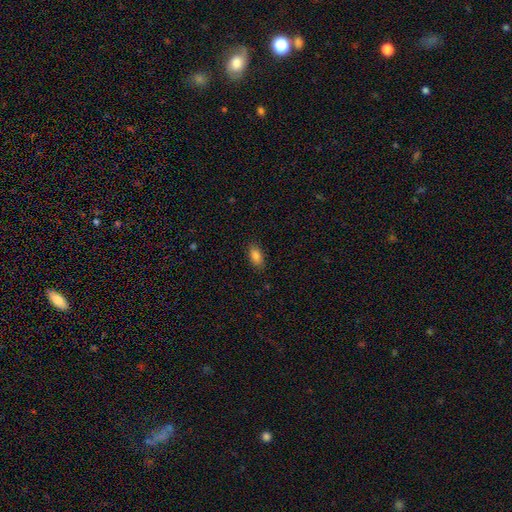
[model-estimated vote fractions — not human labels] smooth-or-featured: smooth: 85% | star or artifact: 8% | featured or disk: 6%
  how-rounded: in between: 89% | cigar-shaped: 7% | round: 4%
  merging: none: 86% | minor disturbance: 11% | major disturbance: 2% | merger: 1%